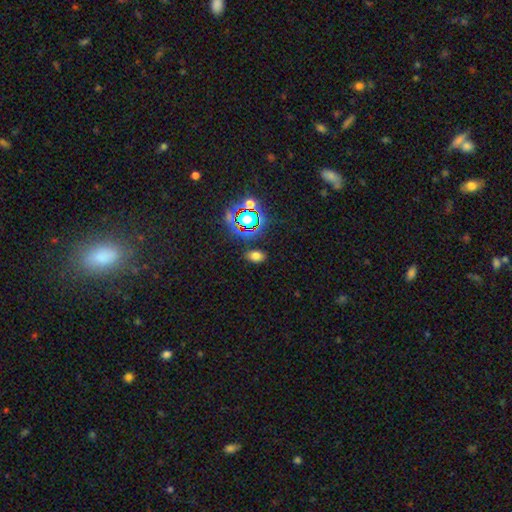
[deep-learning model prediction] Smooth or featured? smooth (67%)
How rounded? in between (85%)
Merging? none (84%)